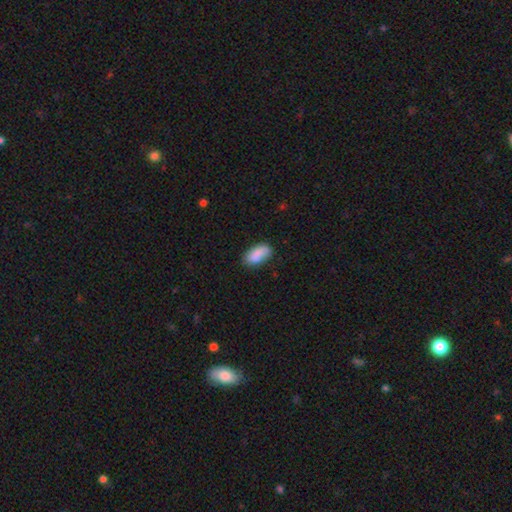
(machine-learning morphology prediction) Q: Smooth or featured?
A: smooth (82%); runner-up: featured or disk (11%)
Q: How rounded?
A: in between (92%); runner-up: cigar-shaped (5%)
Q: Merging?
A: none (68%); runner-up: minor disturbance (24%)